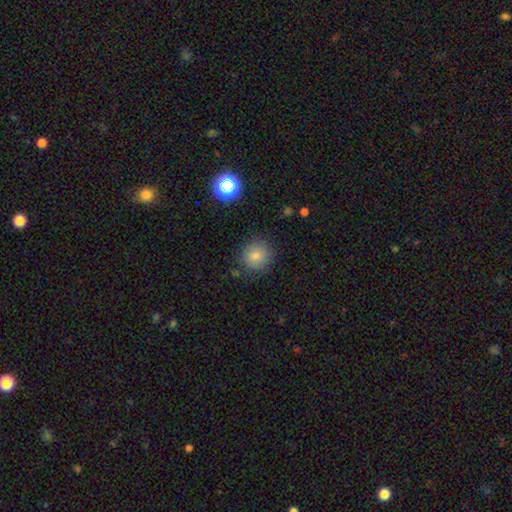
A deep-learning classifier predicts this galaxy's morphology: Smooth or featured? smooth (81%)
How rounded? round (87%)
Merging? none (82%)